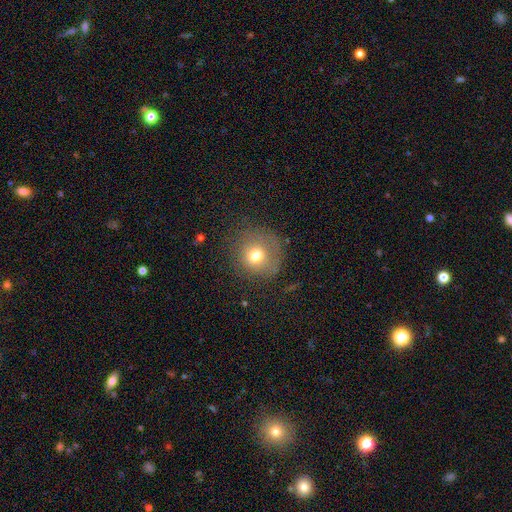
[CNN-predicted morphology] The model was most divided on "merging": none: 70%, minor disturbance: 18%, major disturbance: 11%, merger: 2%. More confident: how rounded — round (91%); smooth or featured — smooth (71%).